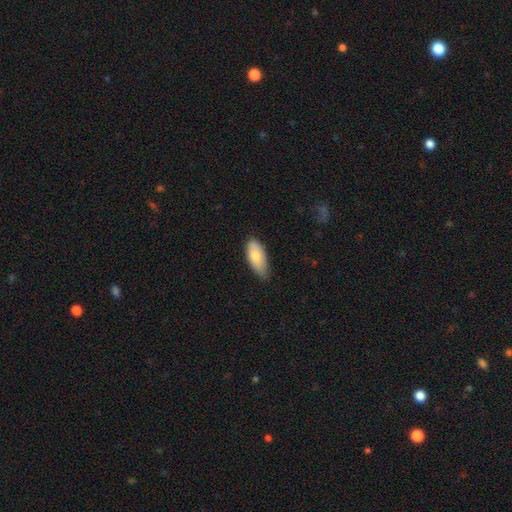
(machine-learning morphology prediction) Smooth or featured? smooth (78%)
How rounded? in between (86%)
Merging? none (68%)